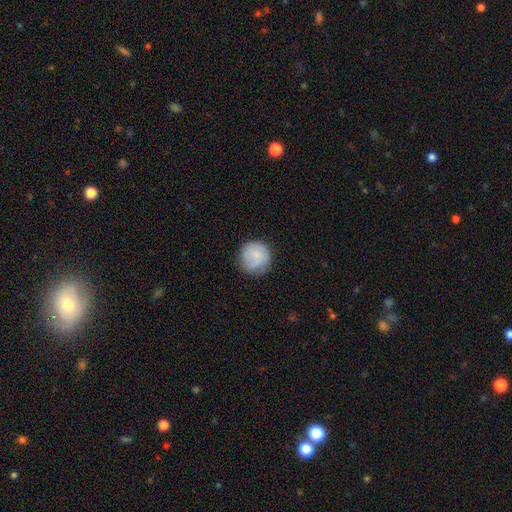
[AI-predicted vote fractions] smooth_or_featured: smooth (p=0.82) [alt: featured or disk p=0.11]
how_rounded: round (p=0.94) [alt: in between p=0.06]
merging: none (p=0.75) [alt: minor disturbance p=0.19]